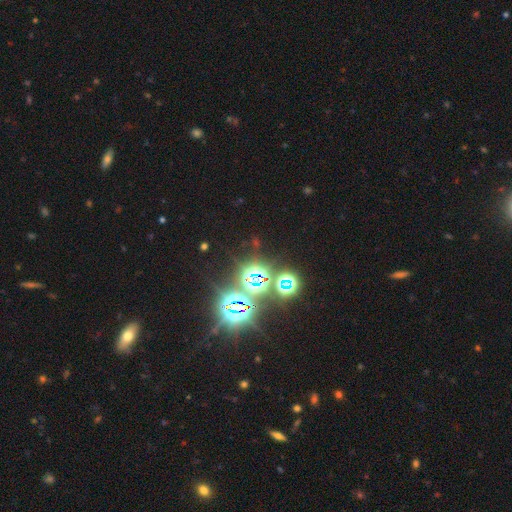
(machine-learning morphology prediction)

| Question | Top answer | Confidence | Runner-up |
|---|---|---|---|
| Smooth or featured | star or artifact | 78% | smooth (15%) |